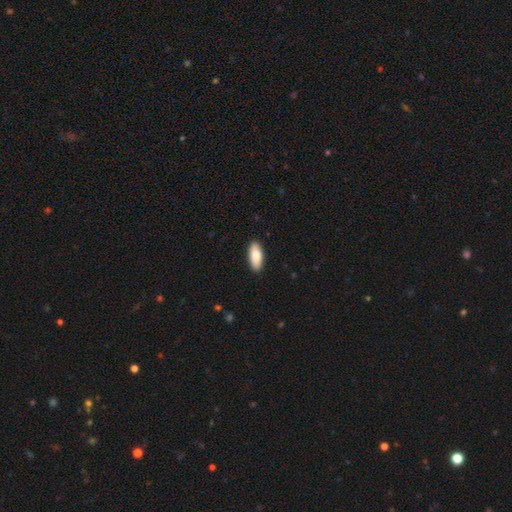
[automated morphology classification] Q: Smooth or featured?
A: smooth (87%); runner-up: featured or disk (8%)
Q: How rounded?
A: in between (81%); runner-up: cigar-shaped (17%)
Q: Merging?
A: none (89%); runner-up: minor disturbance (8%)